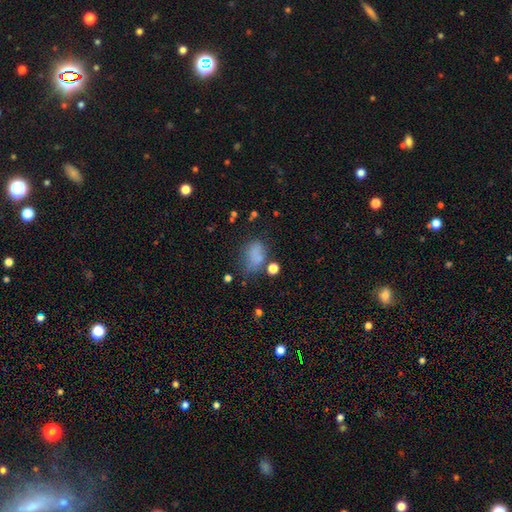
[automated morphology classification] Smooth or featured: smooth — 70% (star or artifact — 16%)
How rounded: in between — 75% (round — 23%)
Merging: none — 40% (minor disturbance — 29%)